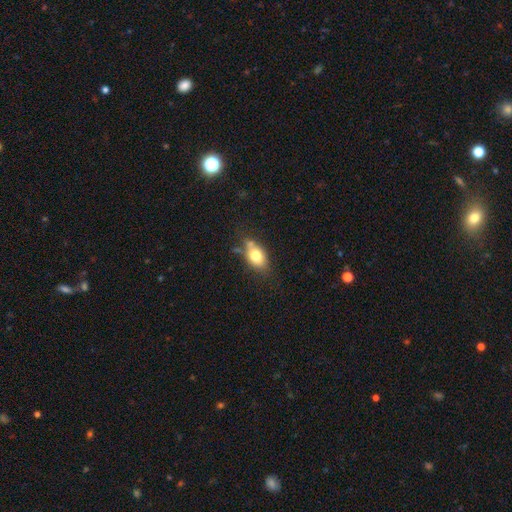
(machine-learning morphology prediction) The model was most divided on "merging": none: 56%, minor disturbance: 25%, merger: 11%, major disturbance: 7%. More confident: how rounded — in between (79%); smooth or featured — smooth (75%).